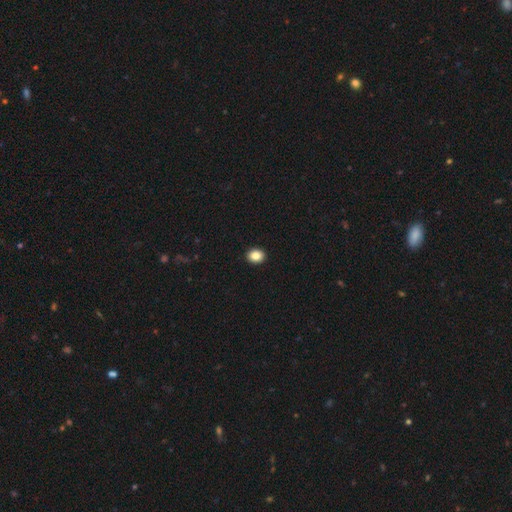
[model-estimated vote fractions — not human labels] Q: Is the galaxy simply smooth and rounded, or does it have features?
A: smooth — 86%.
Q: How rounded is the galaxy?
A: round — 57%.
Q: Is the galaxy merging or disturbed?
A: none — 93%.